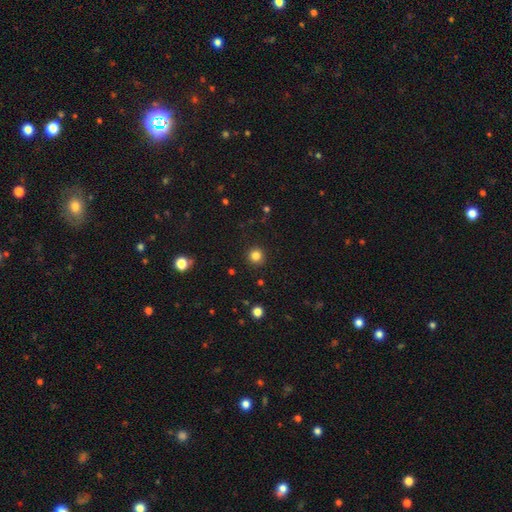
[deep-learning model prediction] smooth-or-featured: smooth: 82% | star or artifact: 13% | featured or disk: 5%
  how-rounded: round: 95% | in between: 4% | cigar-shaped: 1%
  merging: none: 92% | minor disturbance: 5% | major disturbance: 2% | merger: 1%